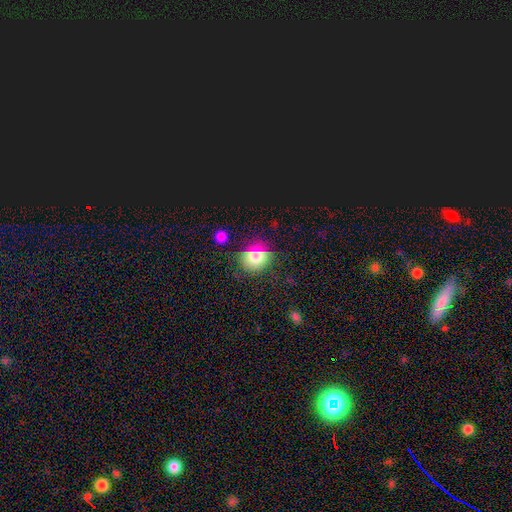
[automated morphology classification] The model was most divided on "smooth or featured": smooth: 69%, star or artifact: 22%, featured or disk: 9%. More confident: merging — none (81%); how rounded — round (74%).